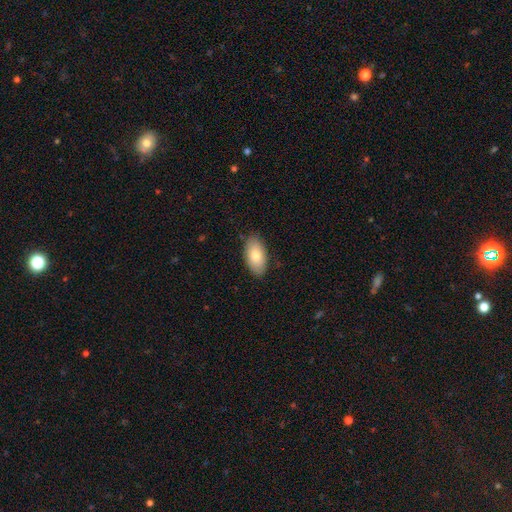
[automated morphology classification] type=smooth (78%); roundness=in between (94%); merging=none (85%).